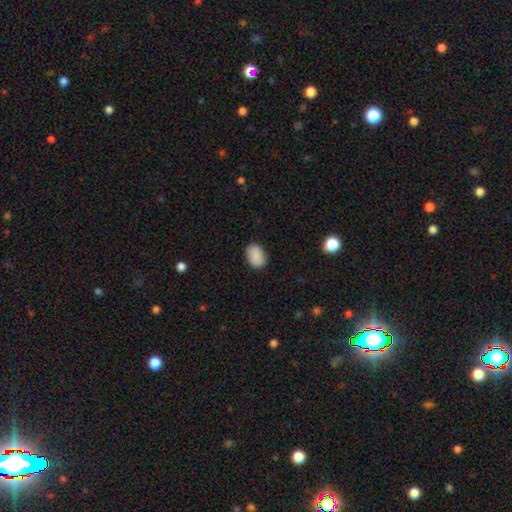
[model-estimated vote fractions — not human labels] This is clearly a smooth galaxy (89%). How rounded: clearly in between (83%). Merging: clearly none (86%).